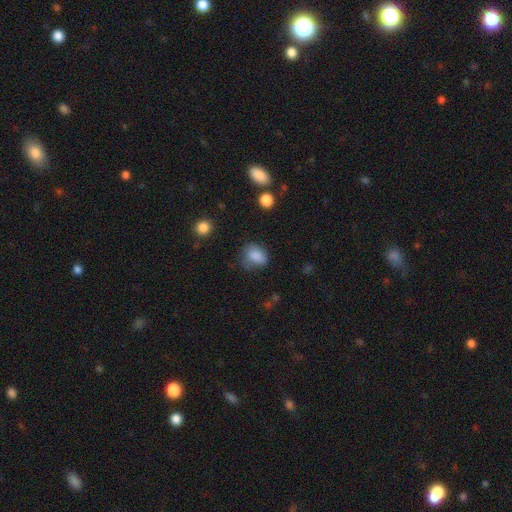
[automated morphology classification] The model was most divided on "merging": none: 56%, minor disturbance: 29%, major disturbance: 12%, merger: 3%. More confident: smooth or featured — smooth (84%); how rounded — in between (65%).